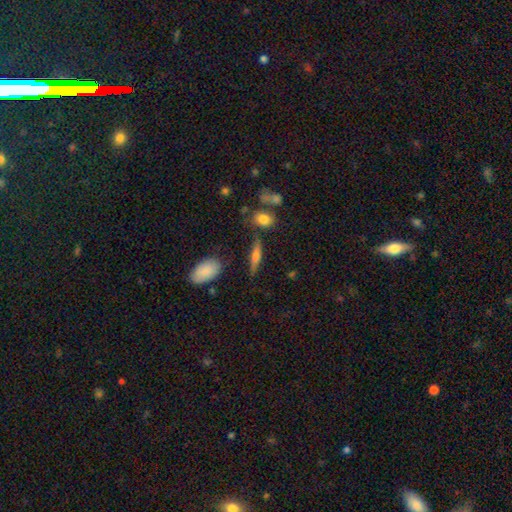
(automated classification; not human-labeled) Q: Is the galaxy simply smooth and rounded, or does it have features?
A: featured or disk — 48%.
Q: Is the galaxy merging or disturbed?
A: none — 81%.